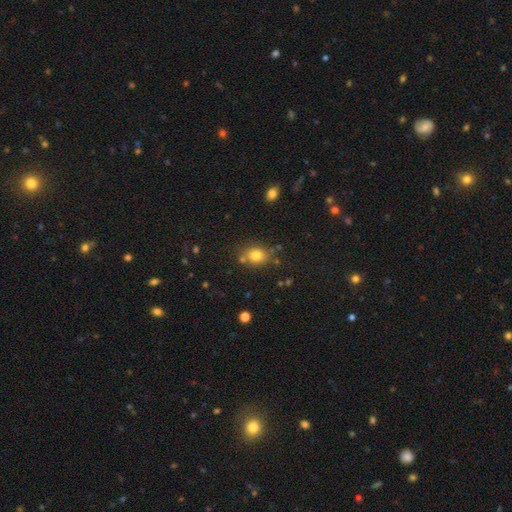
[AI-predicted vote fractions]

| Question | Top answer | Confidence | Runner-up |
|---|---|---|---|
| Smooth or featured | smooth | 79% | star or artifact (12%) |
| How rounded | in between | 52% | round (47%) |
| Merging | none | 73% | minor disturbance (14%) |